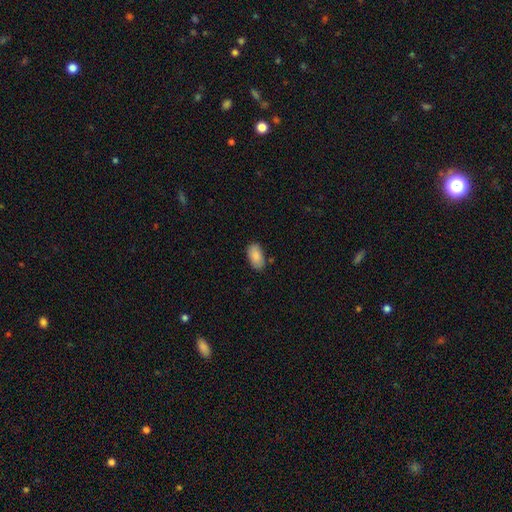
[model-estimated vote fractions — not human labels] smooth-or-featured: smooth: 87% | star or artifact: 7% | featured or disk: 6%
  how-rounded: in between: 94% | round: 4% | cigar-shaped: 2%
  merging: none: 79% | minor disturbance: 15% | major disturbance: 3% | merger: 3%